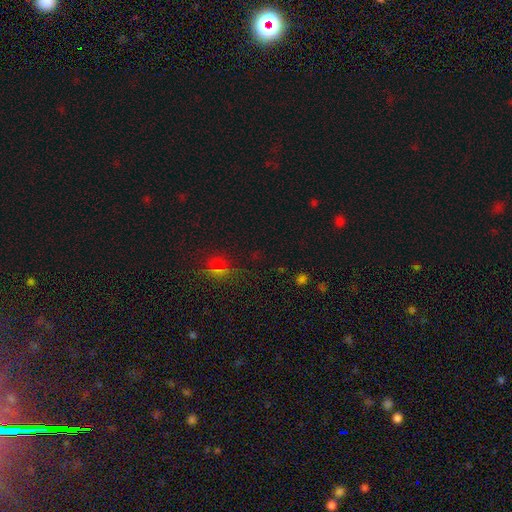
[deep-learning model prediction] A star or artifact, not a galaxy (63%).